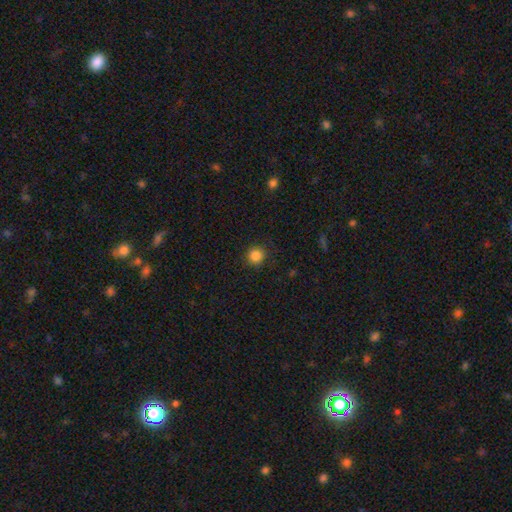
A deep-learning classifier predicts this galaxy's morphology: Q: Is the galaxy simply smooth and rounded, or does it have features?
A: smooth — 85%.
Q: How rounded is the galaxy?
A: round — 93%.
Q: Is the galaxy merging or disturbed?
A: none — 89%.